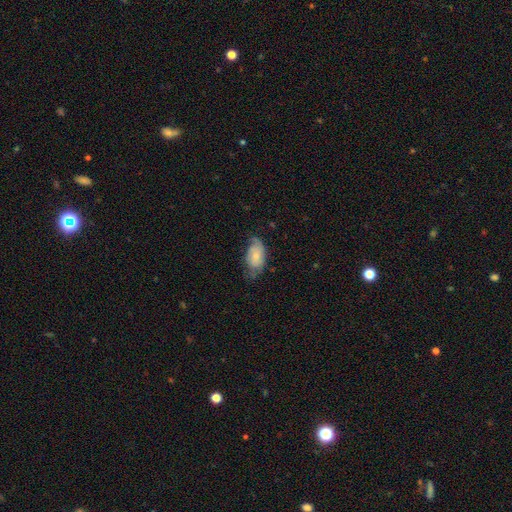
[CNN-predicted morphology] The model was most divided on "merging": none: 46%, minor disturbance: 36%, major disturbance: 16%, merger: 2%. More confident: how rounded — in between (92%); smooth or featured — smooth (55%).